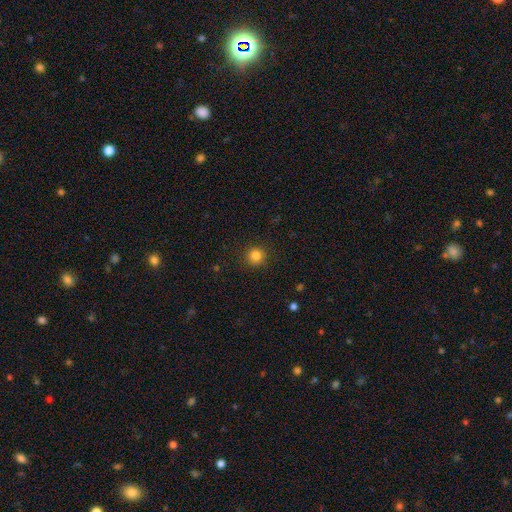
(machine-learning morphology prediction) Q: Smooth or featured?
A: smooth (83%); runner-up: star or artifact (12%)
Q: How rounded?
A: round (95%); runner-up: in between (4%)
Q: Merging?
A: none (92%); runner-up: minor disturbance (5%)